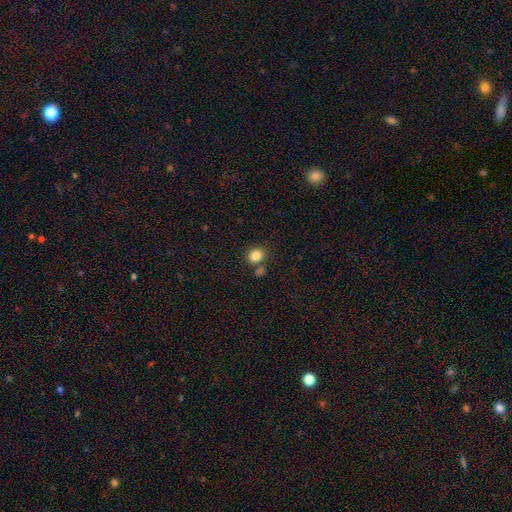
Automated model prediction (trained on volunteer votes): Q: Smooth or featured?
A: smooth (84%); runner-up: star or artifact (10%)
Q: How rounded?
A: round (53%); runner-up: in between (46%)
Q: Merging?
A: none (68%); runner-up: merger (17%)